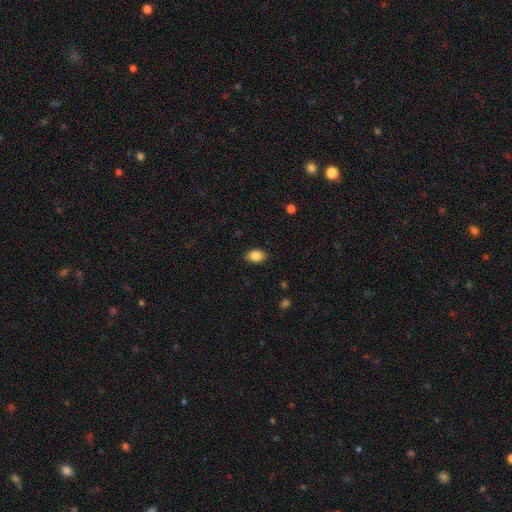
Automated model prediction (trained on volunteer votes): Smooth or featured? smooth (86%)
How rounded? in between (76%)
Merging? none (86%)